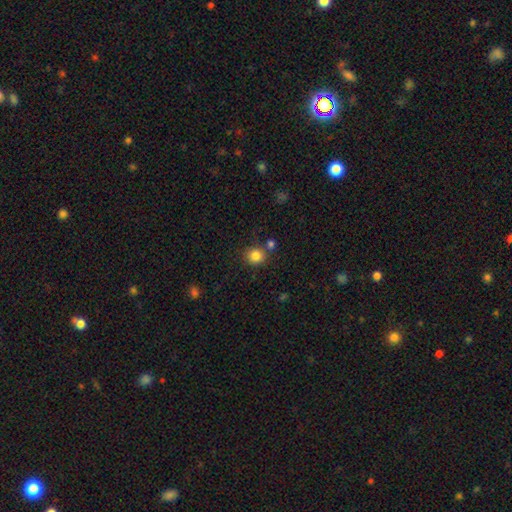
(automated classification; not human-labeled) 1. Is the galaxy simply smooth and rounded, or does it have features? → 85% smooth, 11% star or artifact, 4% featured or disk.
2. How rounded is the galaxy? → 84% round, 15% in between, 1% cigar-shaped.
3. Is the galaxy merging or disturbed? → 75% none, 12% merger, 10% minor disturbance, 3% major disturbance.